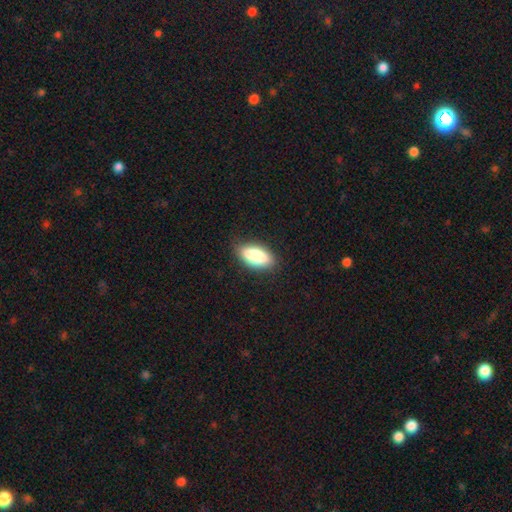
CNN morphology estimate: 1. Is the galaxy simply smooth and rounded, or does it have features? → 83% smooth, 10% featured or disk, 7% star or artifact.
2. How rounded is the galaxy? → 87% in between, 10% cigar-shaped, 3% round.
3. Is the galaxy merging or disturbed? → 83% none, 13% minor disturbance, 3% major disturbance, 1% merger.